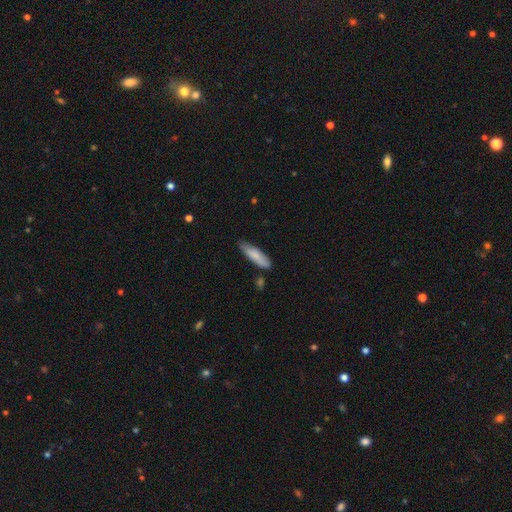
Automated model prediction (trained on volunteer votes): The model was most divided on "how rounded": cigar-shaped: 66%, in between: 33%, round: 2%. More confident: smooth or featured — smooth (81%); merging — none (74%).